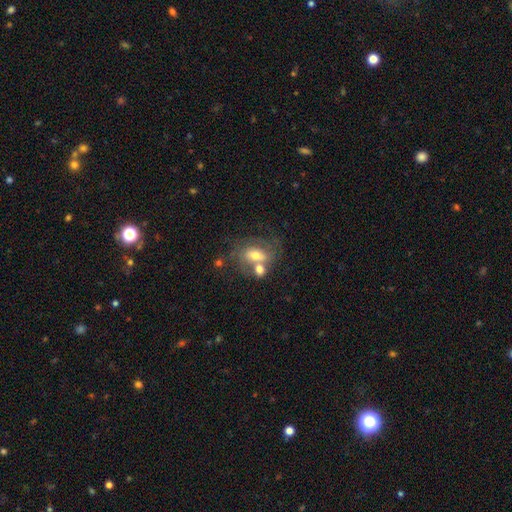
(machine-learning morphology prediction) type=smooth (51%); roundness=in between (74%); merging=merger (43%).